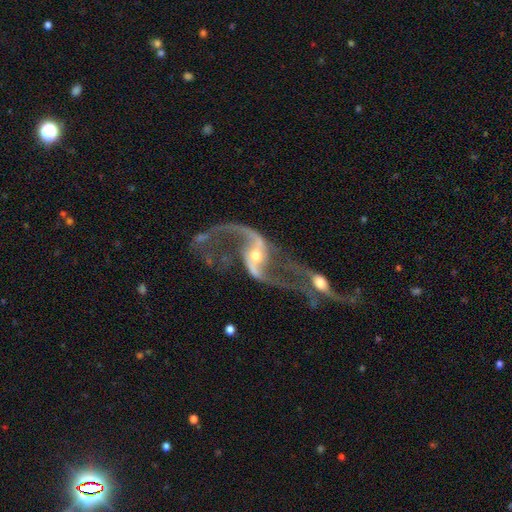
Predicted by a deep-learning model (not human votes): The model was most divided on "bar": weak: 35%, no: 34%, strong: 31%. More confident: edge-on disk — no (96%); spiral arms — yes (95%); spiral arm count — 2 (91%); smooth or featured — featured or disk (90%); spiral winding — loose (84%); bulge size — moderate (57%); merging — merger (53%).